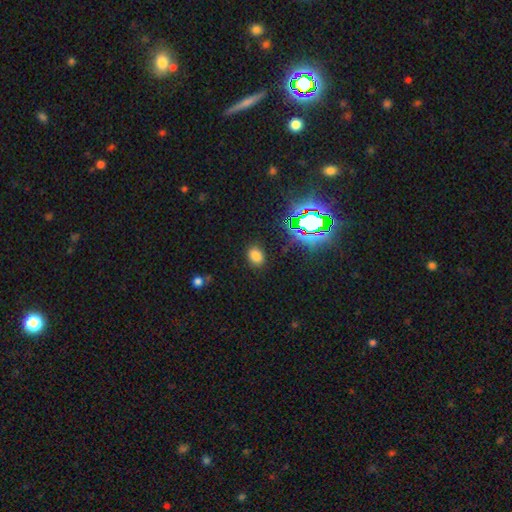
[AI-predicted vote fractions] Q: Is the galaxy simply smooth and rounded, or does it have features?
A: smooth — 73%.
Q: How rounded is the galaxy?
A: in between — 71%.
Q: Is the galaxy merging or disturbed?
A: none — 85%.